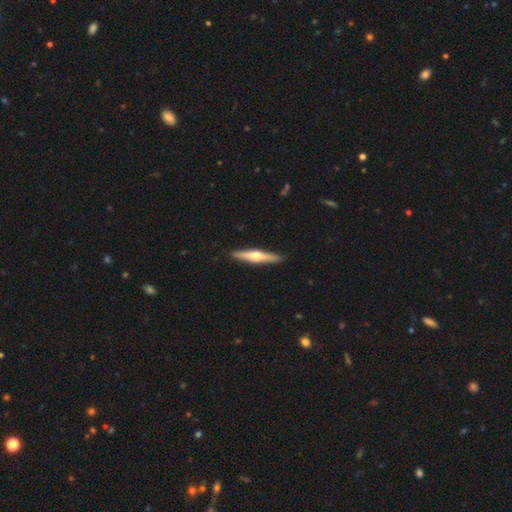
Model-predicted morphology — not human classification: The model was most divided on "smooth or featured": featured or disk: 65%, smooth: 31%, star or artifact: 5%. More confident: edge-on disk — yes (97%); edge-on bulge — rounded (93%); merging — none (92%).